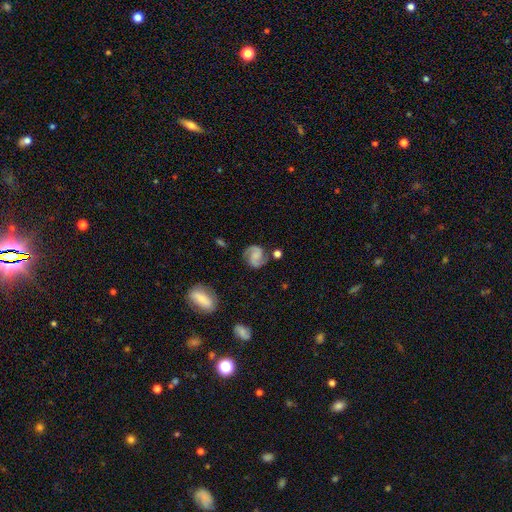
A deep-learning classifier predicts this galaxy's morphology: featured or disk 82%, smooth 11%, star or artifact 7%. Down the decision tree: edge-on disk — no (98%); bar — no (54%); spiral arms — yes (97%); spiral arm count — 2 (92%); spiral winding — medium (53%); bulge size — none (45%); merging — none (77%).